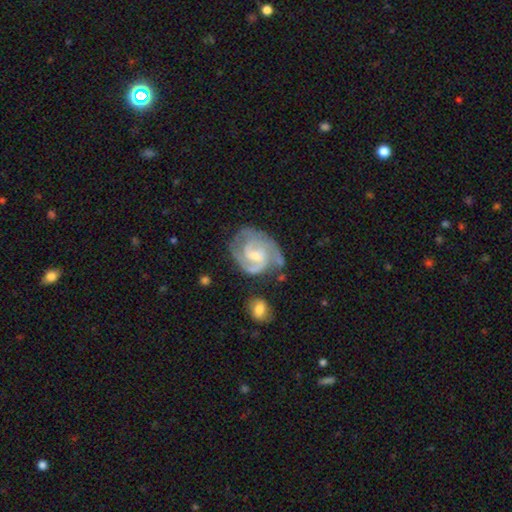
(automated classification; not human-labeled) featured or disk 86%, smooth 10%, star or artifact 4%. Down the decision tree: edge-on disk — no (98%); bar — weak (55%); spiral arms — yes (96%); spiral arm count — 2 (63%); spiral winding — medium (47%); bulge size — small (57%); merging — none (57%).